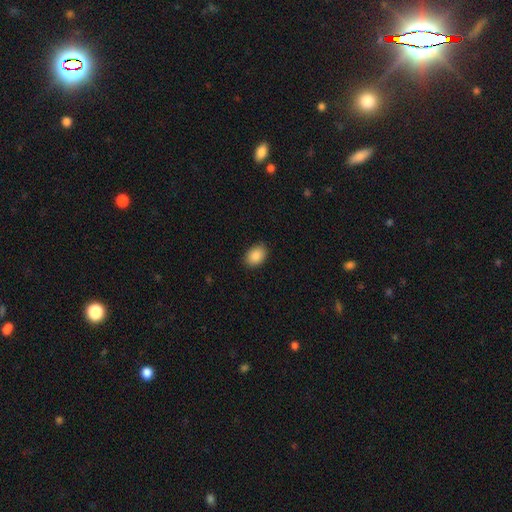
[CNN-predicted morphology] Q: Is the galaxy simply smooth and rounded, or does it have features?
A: smooth — 88%.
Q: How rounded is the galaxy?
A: in between — 79%.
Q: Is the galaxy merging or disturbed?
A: none — 84%.